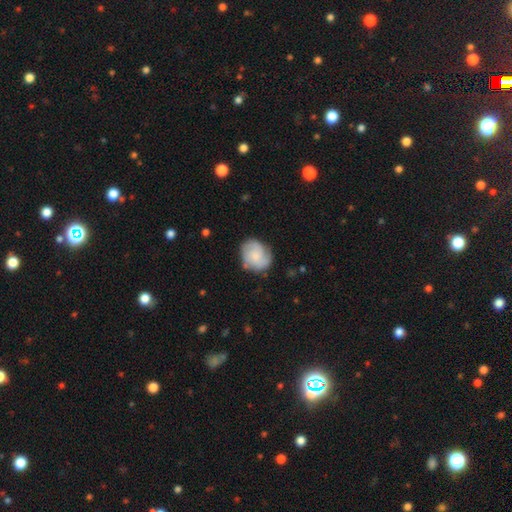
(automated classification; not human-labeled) Overall: featured or disk (51%; smooth 42%). Edge-on disk: no (98%). Merging: none (70%).